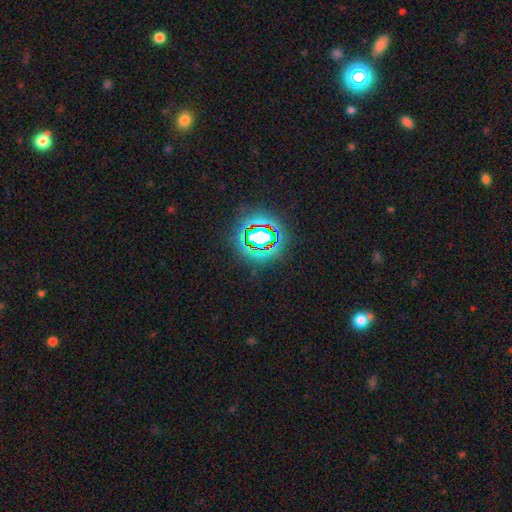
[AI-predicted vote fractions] Smooth or featured?
  - star or artifact: 80% *
  - smooth: 13%
  - featured or disk: 7%